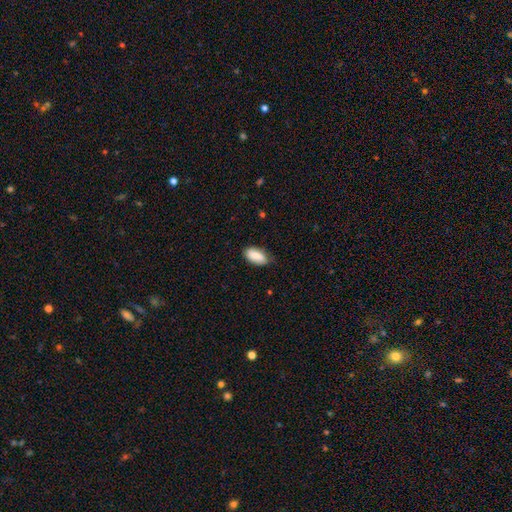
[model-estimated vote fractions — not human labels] This is clearly a smooth galaxy (83%). How rounded: clearly in between (91%). Merging: likely none (69%).